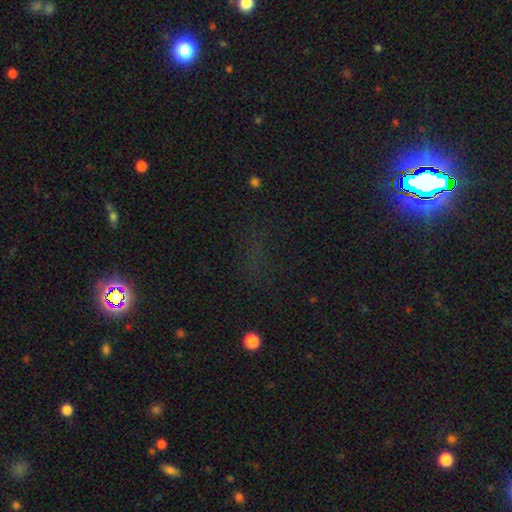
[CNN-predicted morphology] This is likely a star or artifact rather than a galaxy (71%).